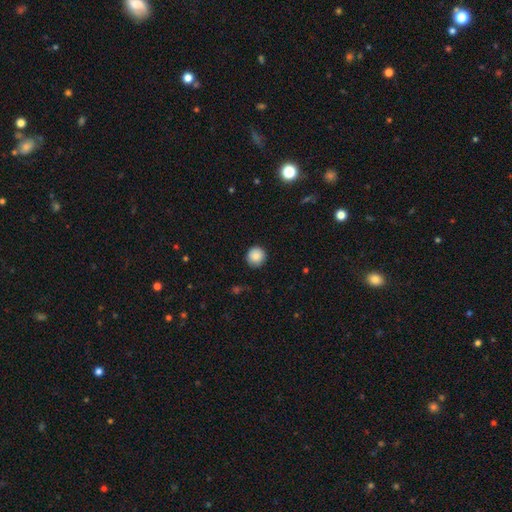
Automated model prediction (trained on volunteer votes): smooth_or_featured: smooth (p=0.88) [alt: star or artifact p=0.08]
how_rounded: round (p=0.94) [alt: in between p=0.05]
merging: none (p=0.90) [alt: minor disturbance p=0.07]